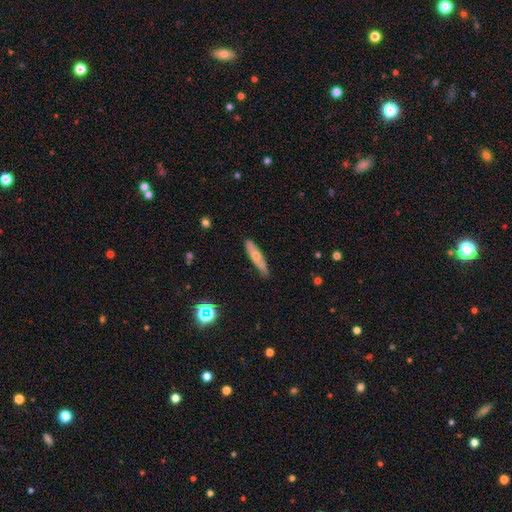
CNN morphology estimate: This appears to be a smooth galaxy with no disk features (48%). Merging: none (84%).